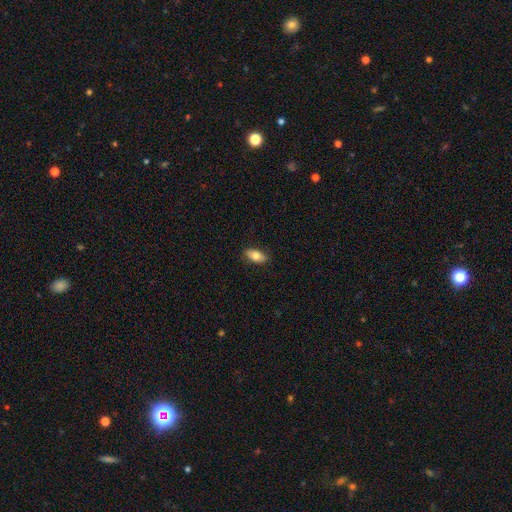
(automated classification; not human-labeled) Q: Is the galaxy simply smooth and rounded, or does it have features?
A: smooth — 75%.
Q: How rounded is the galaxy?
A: in between — 90%.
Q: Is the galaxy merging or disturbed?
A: none — 86%.